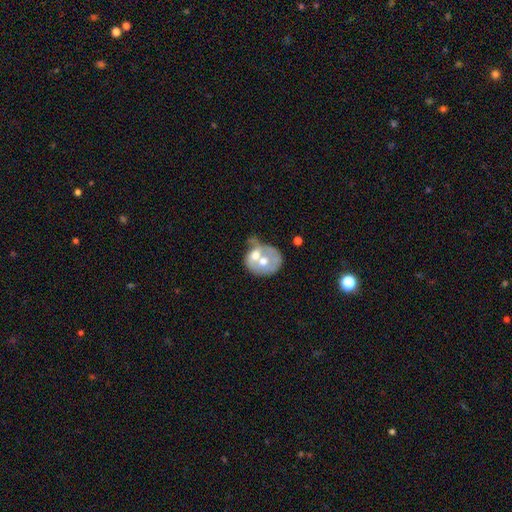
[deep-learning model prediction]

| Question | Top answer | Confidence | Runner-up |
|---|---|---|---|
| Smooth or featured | featured or disk | 45% | star or artifact (28%) |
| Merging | none | 58% | merger (17%) |